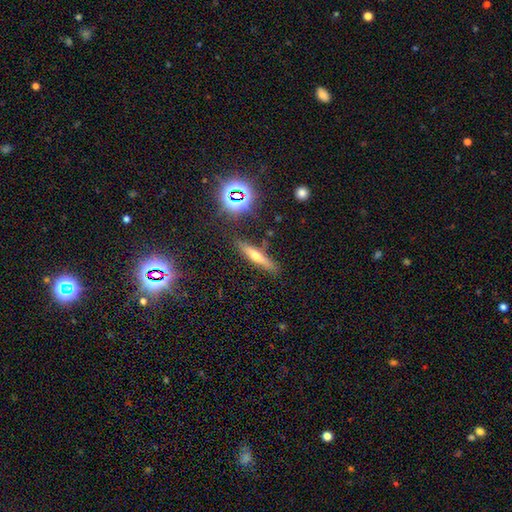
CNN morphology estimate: Smooth or featured?
  - smooth: 43% *
  - featured or disk: 41%
  - star or artifact: 16%
Merging?
  - none: 84% *
  - minor disturbance: 10%
  - merger: 3%
  - major disturbance: 3%